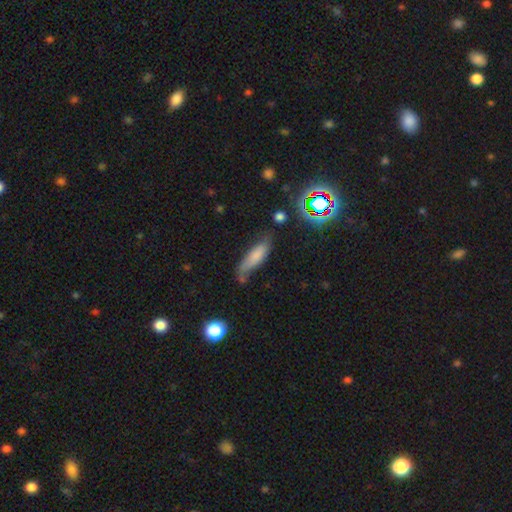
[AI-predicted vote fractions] Q: Smooth or featured?
A: smooth (72%); runner-up: featured or disk (17%)
Q: How rounded?
A: cigar-shaped (57%); runner-up: in between (40%)
Q: Merging?
A: none (53%); runner-up: minor disturbance (30%)